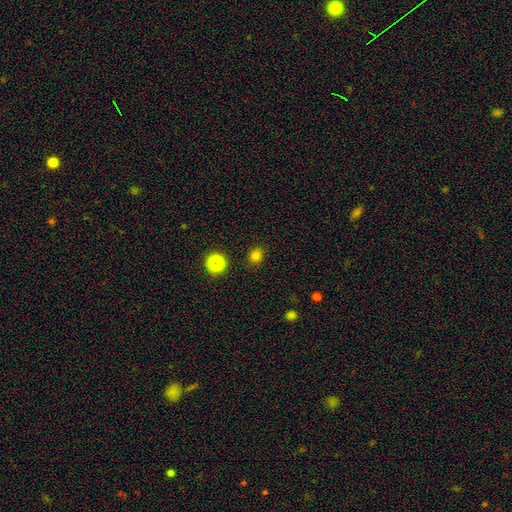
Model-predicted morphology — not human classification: smooth_or_featured: smooth (p=0.76) [alt: star or artifact p=0.19]
how_rounded: round (p=0.77) [alt: in between p=0.22]
merging: none (p=0.87) [alt: minor disturbance p=0.09]